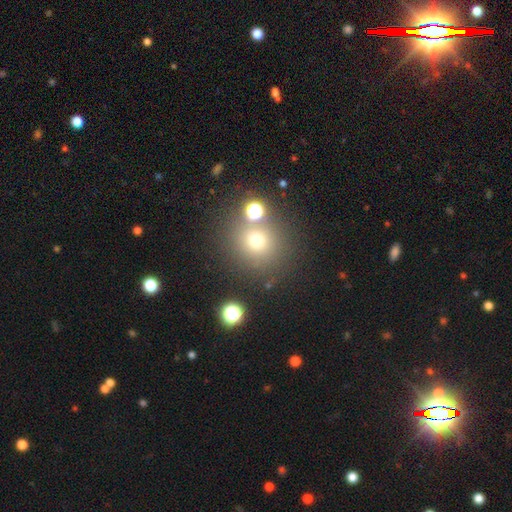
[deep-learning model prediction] Smooth or featured: smooth — 57% (star or artifact — 32%)
How rounded: round — 88% (in between — 11%)
Merging: none — 70% (merger — 18%)